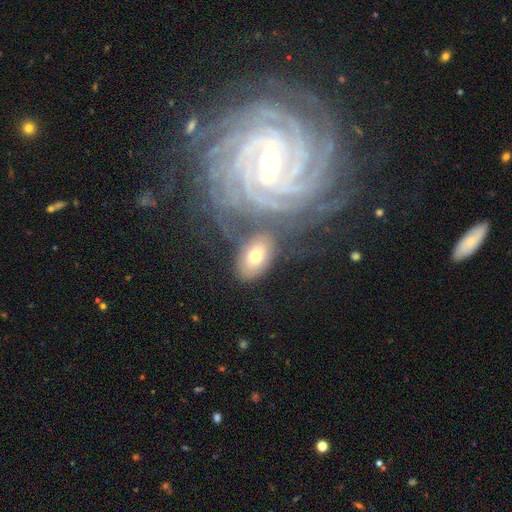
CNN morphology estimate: Q: Smooth or featured?
A: smooth (59%); runner-up: featured or disk (32%)
Q: How rounded?
A: in between (85%); runner-up: round (13%)
Q: Merging?
A: none (60%); runner-up: minor disturbance (16%)